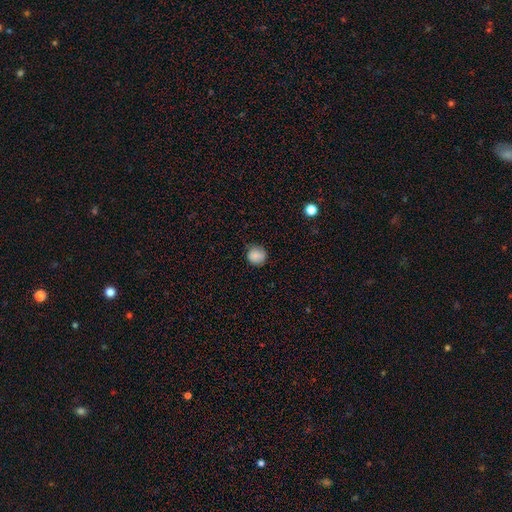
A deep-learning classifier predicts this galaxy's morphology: A smooth galaxy with no disk features (84%) that is round (89%).

Vote fractions:
- Smooth or featured? smooth: 84% / star or artifact: 9% / featured or disk: 8%
- How rounded? round: 89% / in between: 10% / cigar-shaped: 1%
- Merging? none: 81% / minor disturbance: 15% / major disturbance: 3% / merger: 1%